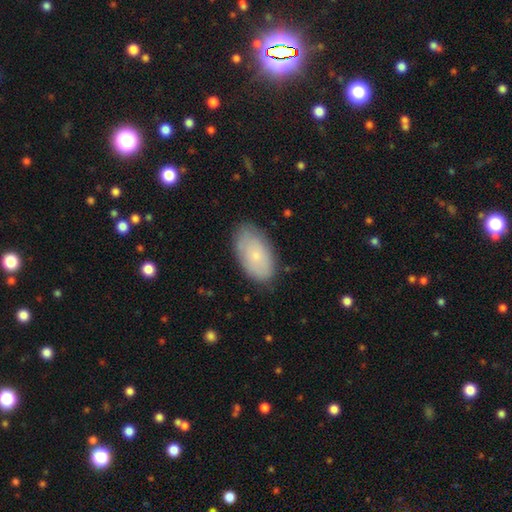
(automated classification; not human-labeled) Smooth or featured?
  - smooth: 72% *
  - featured or disk: 21%
  - star or artifact: 7%
How rounded?
  - in between: 95% *
  - round: 3%
  - cigar-shaped: 2%
Merging?
  - none: 82% *
  - minor disturbance: 14%
  - major disturbance: 3%
  - merger: 1%